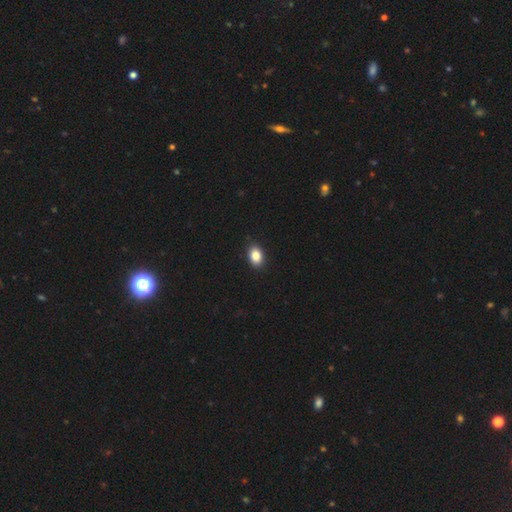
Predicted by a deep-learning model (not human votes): Smooth or featured?
  - smooth: 86% *
  - star or artifact: 9%
  - featured or disk: 5%
How rounded?
  - in between: 83% *
  - round: 15%
  - cigar-shaped: 1%
Merging?
  - none: 88% *
  - minor disturbance: 9%
  - major disturbance: 2%
  - merger: 1%